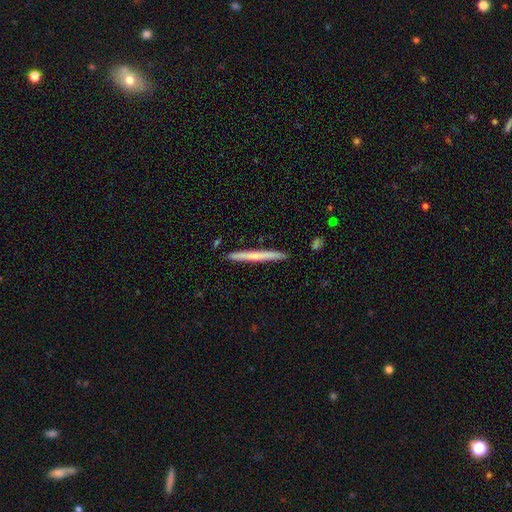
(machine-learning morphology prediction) Smooth or featured? Predicted: smooth (p=0.55). How rounded? Predicted: cigar-shaped (p=0.97). Merging? Predicted: none (p=0.91).